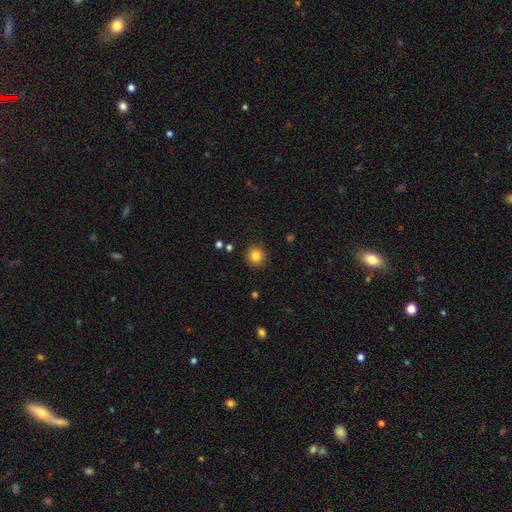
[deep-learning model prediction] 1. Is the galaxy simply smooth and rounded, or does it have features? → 83% smooth, 11% star or artifact, 6% featured or disk.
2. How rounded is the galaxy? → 95% round, 4% in between, 1% cigar-shaped.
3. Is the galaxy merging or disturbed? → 91% none, 6% minor disturbance, 2% major disturbance, 1% merger.